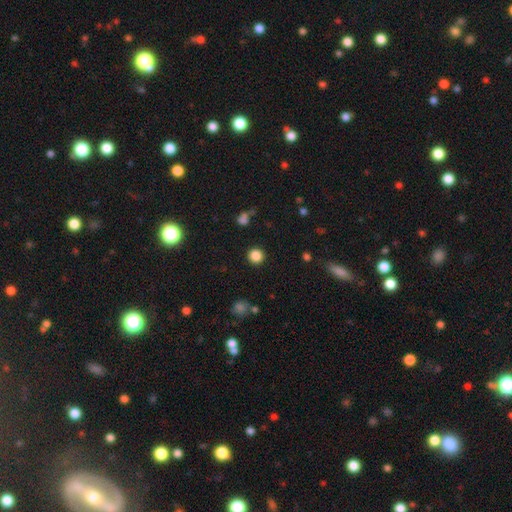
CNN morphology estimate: smooth-or-featured: smooth: 84% | star or artifact: 12% | featured or disk: 3%
  how-rounded: round: 94% | in between: 5% | cigar-shaped: 1%
  merging: none: 90% | minor disturbance: 5% | major disturbance: 2% | merger: 2%